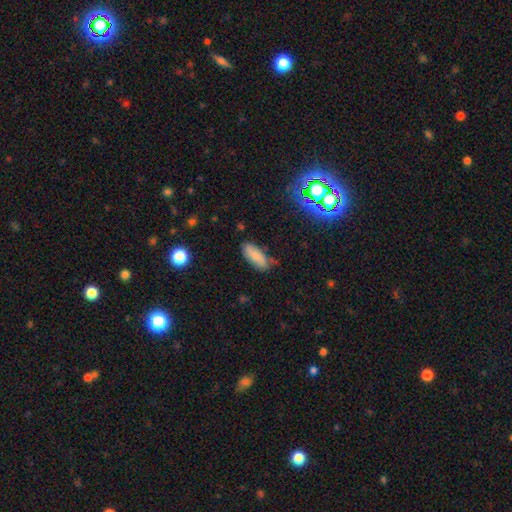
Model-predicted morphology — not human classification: type=smooth (81%); roundness=in between (77%); merging=none (70%).